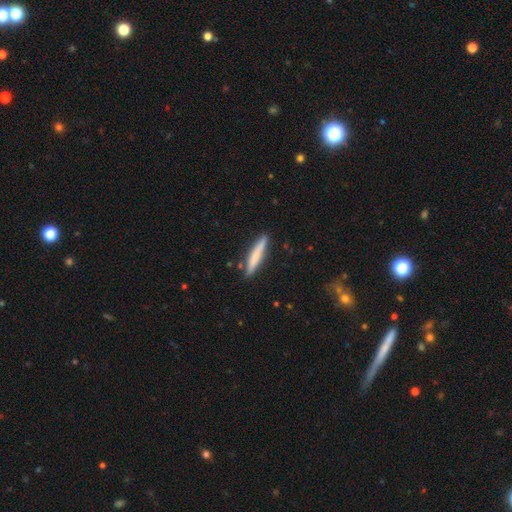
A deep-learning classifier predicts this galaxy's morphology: This is likely a smooth galaxy (71%). How rounded: clearly cigar-shaped (92%). Merging: clearly none (86%).